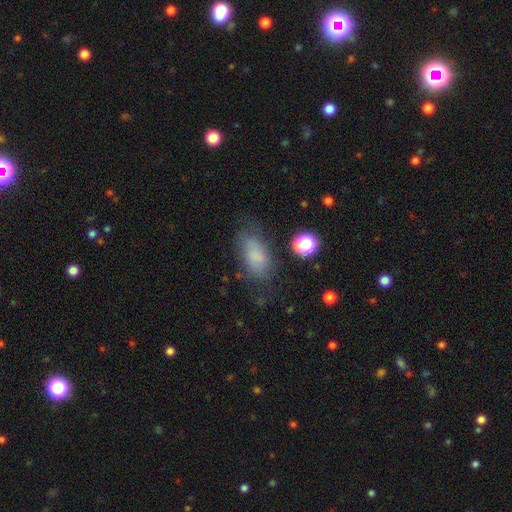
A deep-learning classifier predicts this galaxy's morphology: Smooth or featured: smooth — 71% (featured or disk — 17%)
How rounded: in between — 88% (round — 7%)
Merging: none — 55% (minor disturbance — 27%)